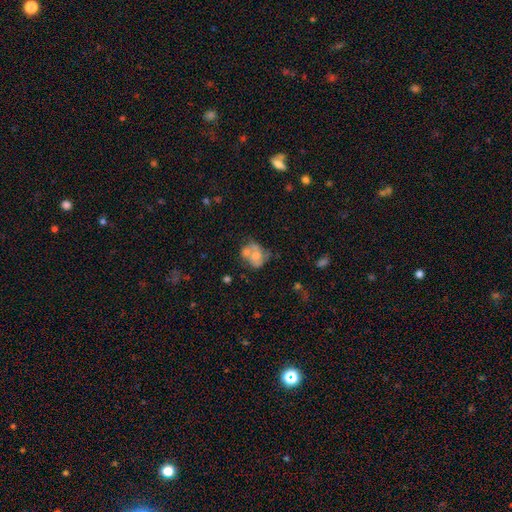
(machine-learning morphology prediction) A featured or disk galaxy (47%).

Vote fractions:
- Smooth or featured? featured or disk: 47% / smooth: 44% / star or artifact: 9%
- Merging? merger: 46% / none: 26% / minor disturbance: 15% / major disturbance: 12%